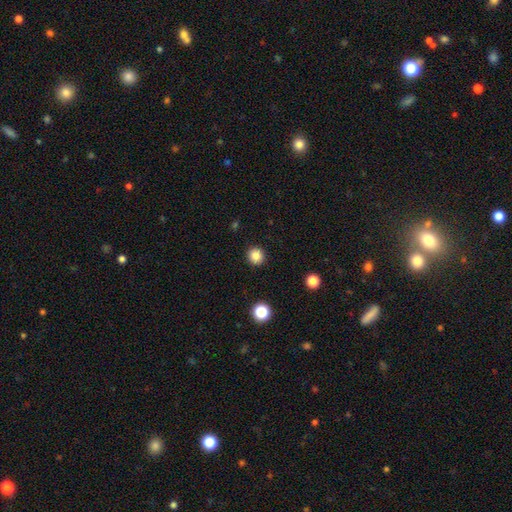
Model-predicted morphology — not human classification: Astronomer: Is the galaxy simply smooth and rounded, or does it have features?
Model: smooth — 85%.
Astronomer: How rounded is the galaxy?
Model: round — 93%.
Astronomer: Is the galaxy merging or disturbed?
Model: none — 92%.